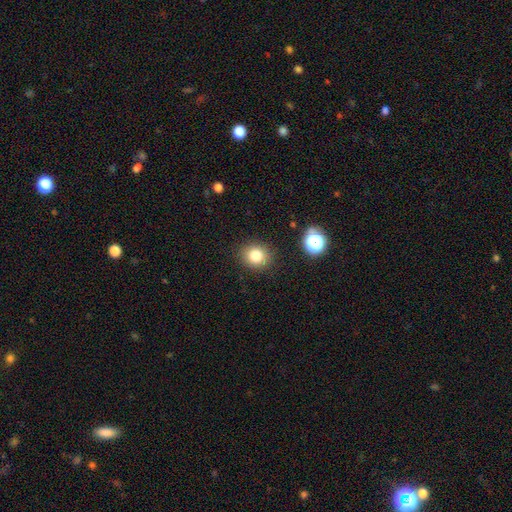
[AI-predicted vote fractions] The model was most divided on "how rounded": round: 77%, in between: 22%, cigar-shaped: 1%. More confident: merging — none (88%); smooth or featured — smooth (81%).